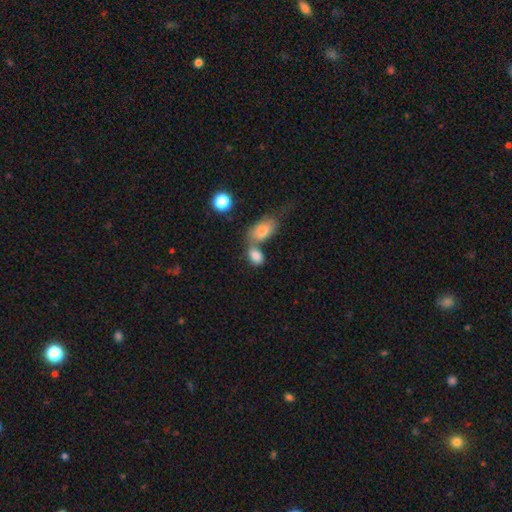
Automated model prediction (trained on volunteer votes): Smooth or featured?
  - smooth: 83% *
  - featured or disk: 9%
  - star or artifact: 8%
How rounded?
  - in between: 86% *
  - round: 11%
  - cigar-shaped: 3%
Merging?
  - merger: 48% *
  - none: 35%
  - minor disturbance: 11%
  - major disturbance: 5%